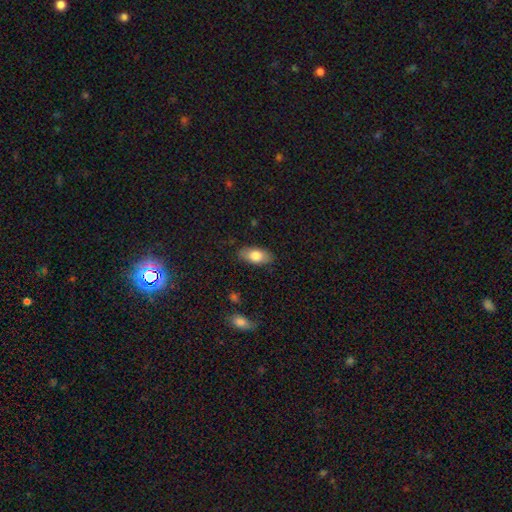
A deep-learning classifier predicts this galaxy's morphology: smooth_or_featured: smooth (p=0.78) [alt: featured or disk p=0.16]
how_rounded: in between (p=0.91) [alt: cigar-shaped p=0.06]
merging: none (p=0.86) [alt: minor disturbance p=0.11]